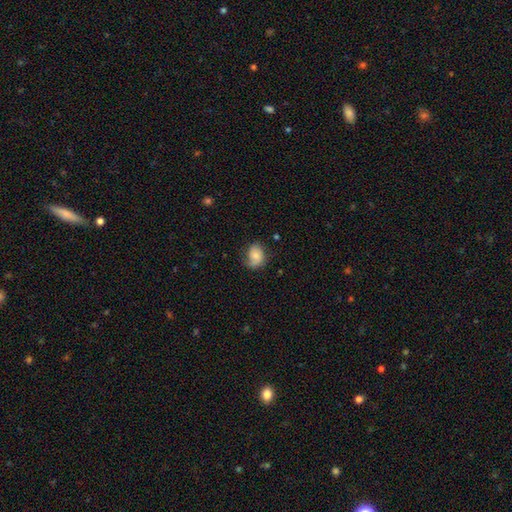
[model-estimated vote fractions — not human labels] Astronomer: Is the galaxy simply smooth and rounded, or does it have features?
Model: smooth — 65%.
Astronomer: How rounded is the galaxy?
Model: in between — 62%.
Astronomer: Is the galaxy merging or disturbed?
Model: none — 56%.